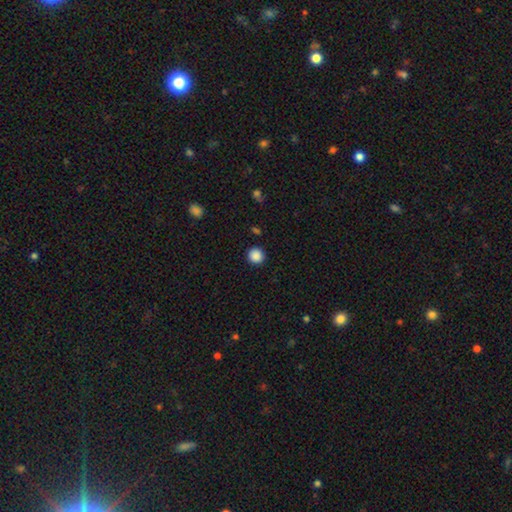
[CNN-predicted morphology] This is clearly a smooth galaxy (88%). How rounded: clearly round (94%). Merging: clearly none (92%).